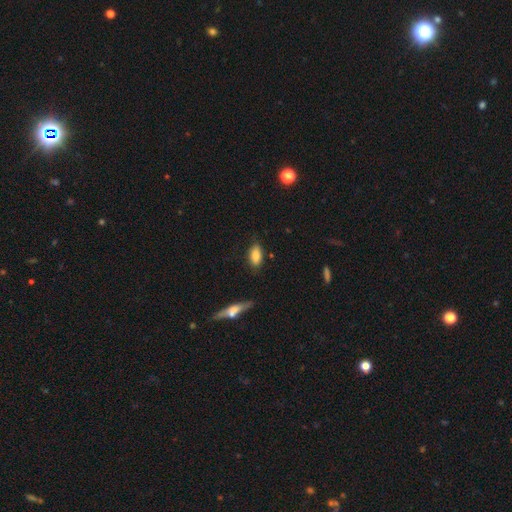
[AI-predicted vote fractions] Smooth or featured?
  - smooth: 85% *
  - featured or disk: 8%
  - star or artifact: 7%
How rounded?
  - in between: 90% *
  - cigar-shaped: 7%
  - round: 3%
Merging?
  - none: 81% *
  - minor disturbance: 15%
  - major disturbance: 3%
  - merger: 2%